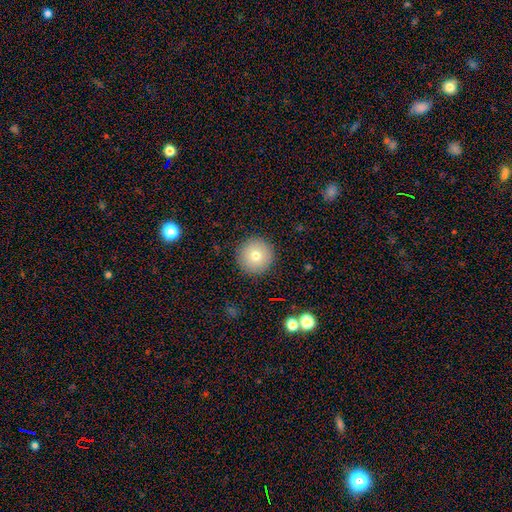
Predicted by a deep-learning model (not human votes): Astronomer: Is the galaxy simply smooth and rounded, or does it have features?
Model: smooth — 76%.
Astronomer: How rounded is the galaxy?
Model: round — 97%.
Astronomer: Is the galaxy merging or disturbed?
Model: none — 91%.